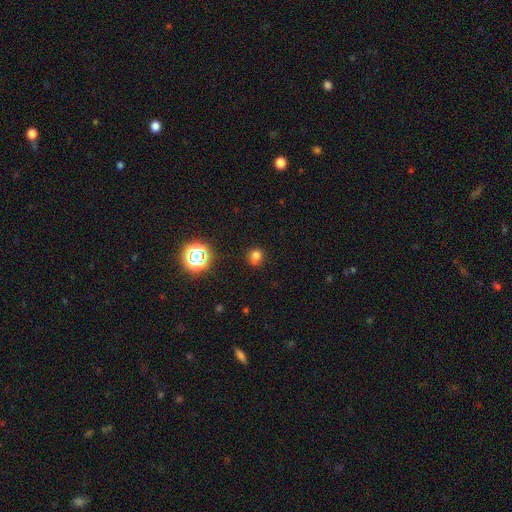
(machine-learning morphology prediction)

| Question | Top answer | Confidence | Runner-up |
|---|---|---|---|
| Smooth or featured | smooth | 73% | star or artifact (20%) |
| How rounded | round | 79% | in between (20%) |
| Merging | none | 78% | minor disturbance (14%) |